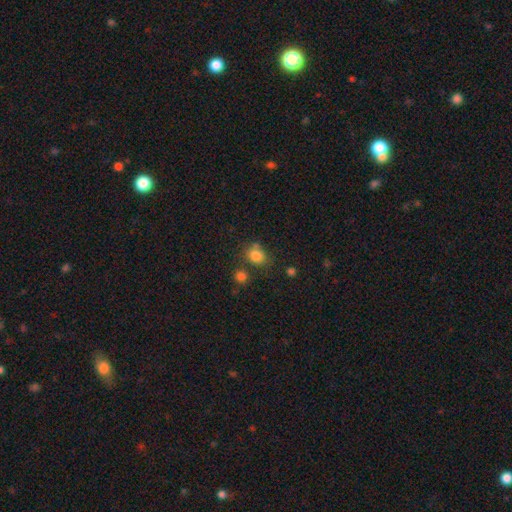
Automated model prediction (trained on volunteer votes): Overall: smooth (81%). How rounded: round (58%; in between 41%). Merging: none (65%).